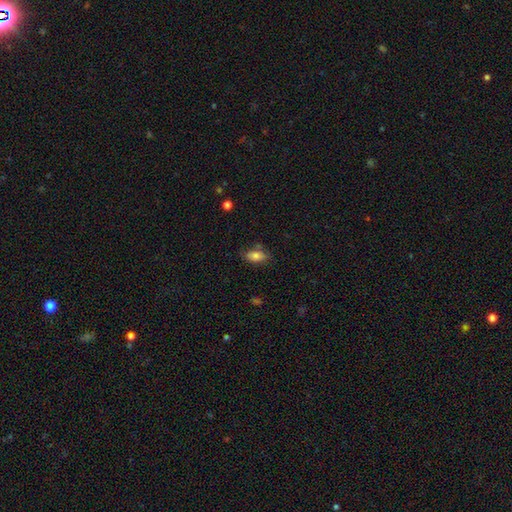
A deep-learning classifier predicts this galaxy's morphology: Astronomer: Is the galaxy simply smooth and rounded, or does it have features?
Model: smooth — 77%.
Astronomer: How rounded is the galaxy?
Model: in between — 89%.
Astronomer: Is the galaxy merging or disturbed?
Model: none — 72%.